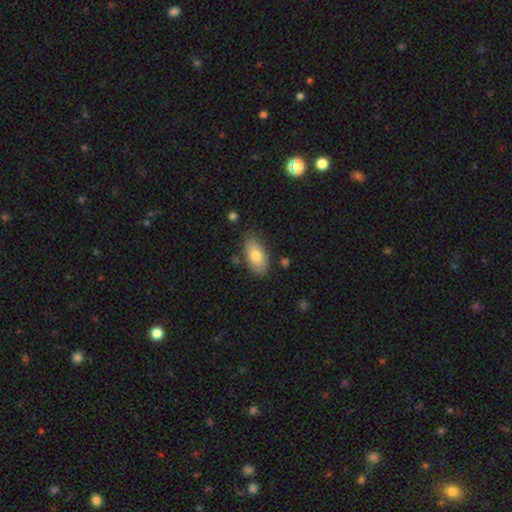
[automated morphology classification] Smooth or featured? smooth (78%)
How rounded? in between (92%)
Merging? none (78%)